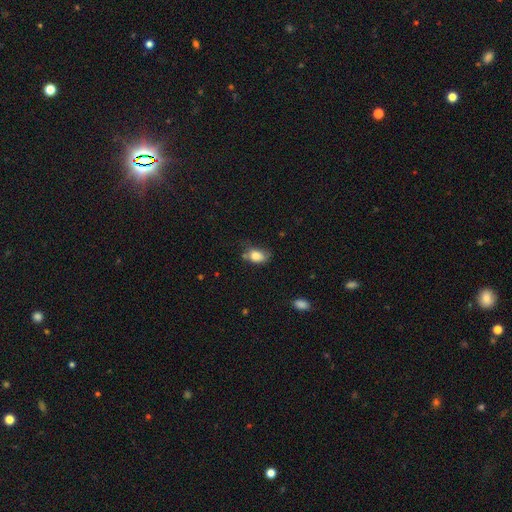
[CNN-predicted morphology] A smooth galaxy with no disk features (81%) that is in between round and cigar-shaped (80%). Merging: none (45%).